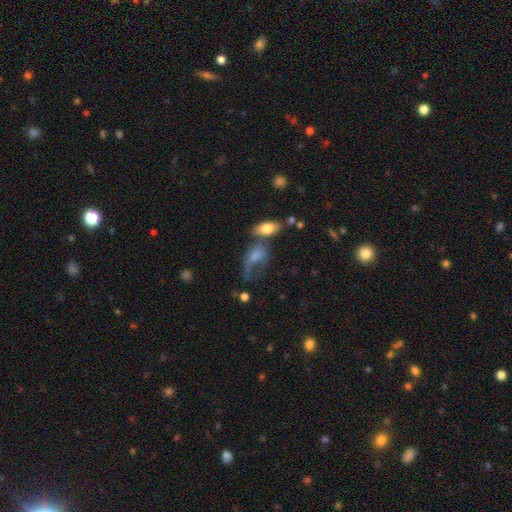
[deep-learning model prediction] Smooth or featured? smooth (66%)
How rounded? in between (82%)
Merging? major disturbance (38%)